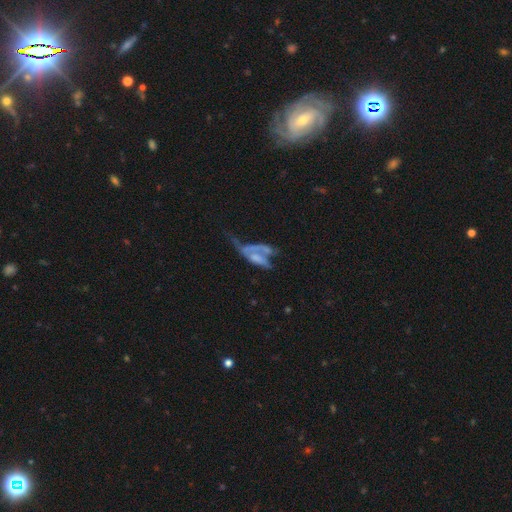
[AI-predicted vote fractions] Smooth or featured? featured or disk (53%)
Edge-on disk? no (84%)
Merging? merger (44%)